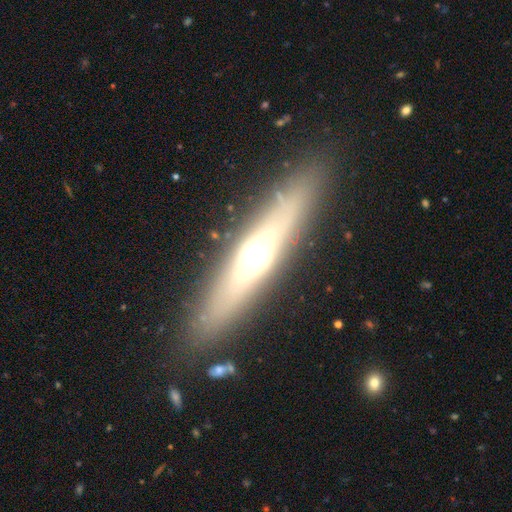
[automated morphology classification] The model was most divided on "smooth or featured": featured or disk: 57%, smooth: 35%, star or artifact: 8%. More confident: merging — none (87%); edge-on disk — yes (81%).